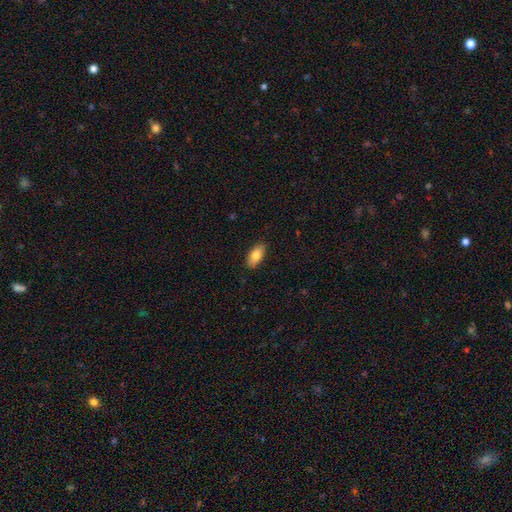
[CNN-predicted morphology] This is likely a smooth galaxy (80%). How rounded: clearly in between (88%). Merging: clearly none (87%).